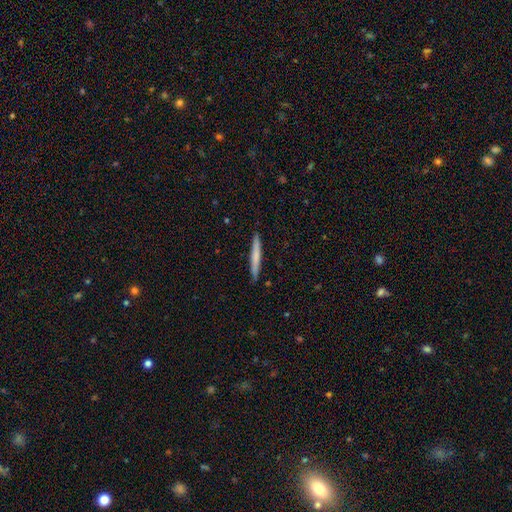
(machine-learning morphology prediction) smooth 64%, featured or disk 31%, star or artifact 5%. Down the decision tree: how rounded — cigar-shaped (97%); merging — none (91%).